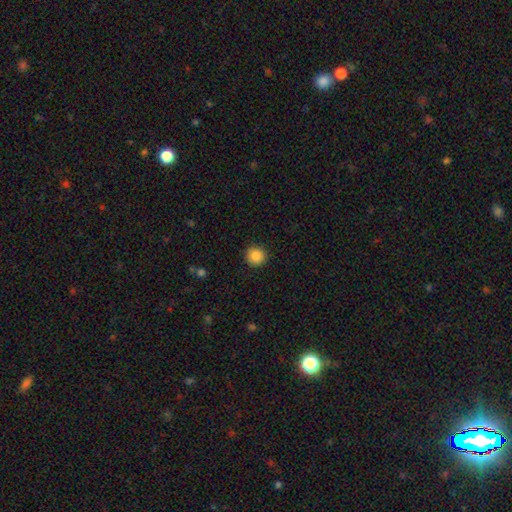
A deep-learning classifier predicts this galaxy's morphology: type=smooth (87%); roundness=round (94%); merging=none (92%).